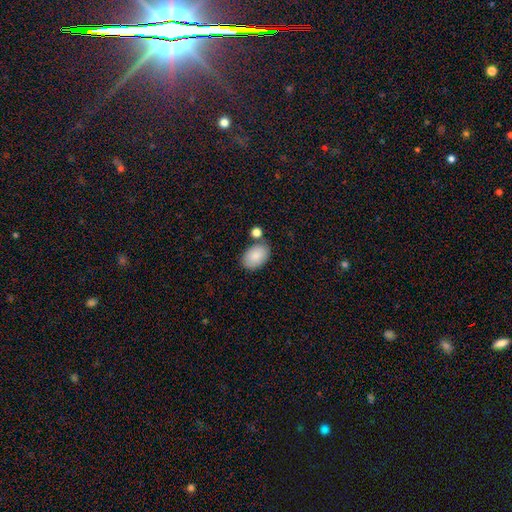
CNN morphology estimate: Smooth or featured: smooth — 87% (star or artifact — 6%)
How rounded: in between — 90% (round — 9%)
Merging: none — 74% (minor disturbance — 13%)